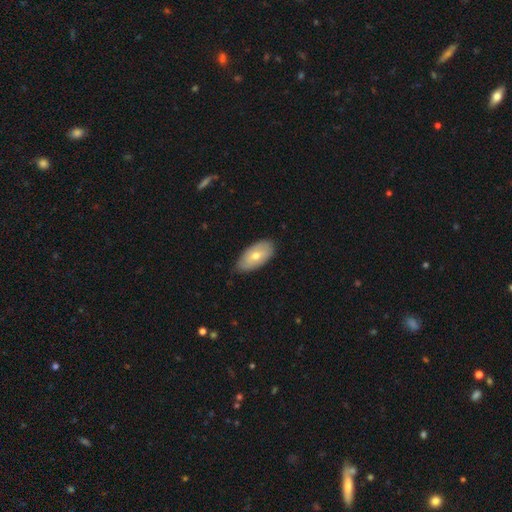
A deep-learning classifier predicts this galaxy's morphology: The model was most divided on "smooth or featured": smooth: 63%, featured or disk: 31%, star or artifact: 6%. More confident: how rounded — in between (93%); merging — none (78%).